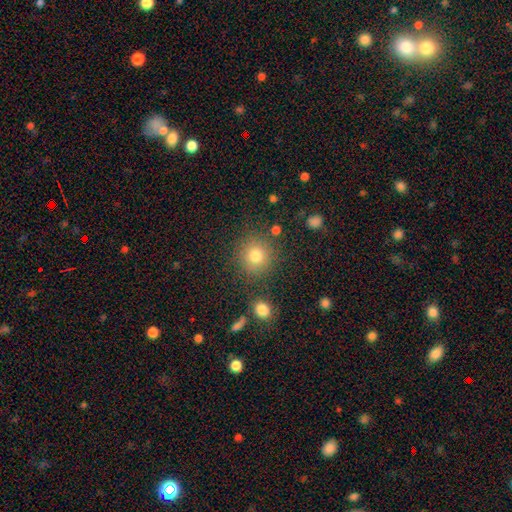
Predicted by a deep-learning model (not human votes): Q: Smooth or featured?
A: smooth (79%); runner-up: star or artifact (13%)
Q: How rounded?
A: round (90%); runner-up: in between (9%)
Q: Merging?
A: none (83%); runner-up: minor disturbance (9%)